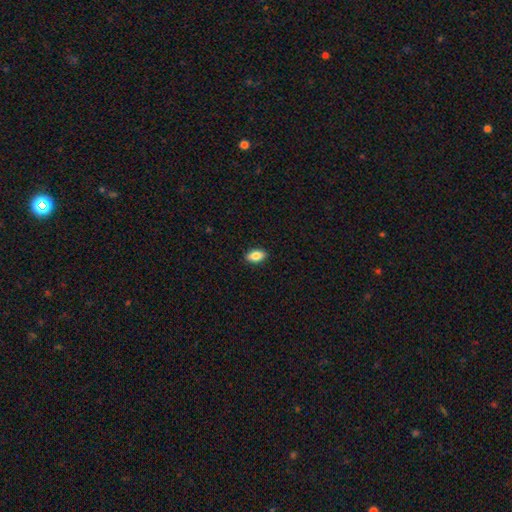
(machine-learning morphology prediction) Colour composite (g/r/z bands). It shows a smooth galaxy with no disk features (84%) that is in between round and cigar-shaped (89%). Merging: none (90%).